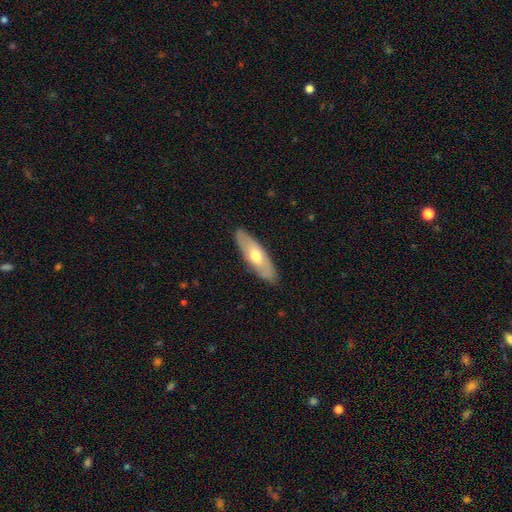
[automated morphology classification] Overall: smooth (52%; featured or disk 43%). How rounded: in between (54%; cigar-shaped 43%). Merging: none (86%).